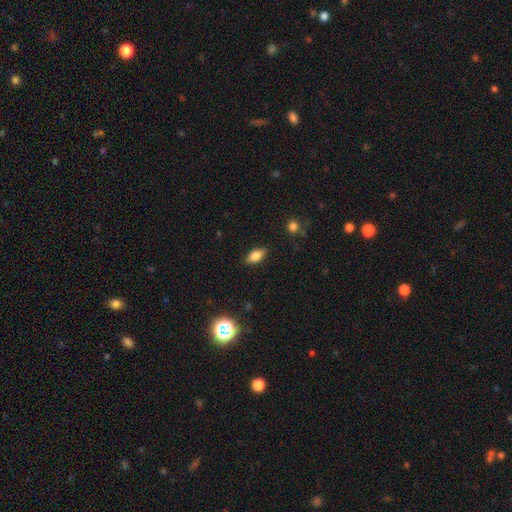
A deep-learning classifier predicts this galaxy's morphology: type=smooth (71%); roundness=in between (82%); merging=none (86%).